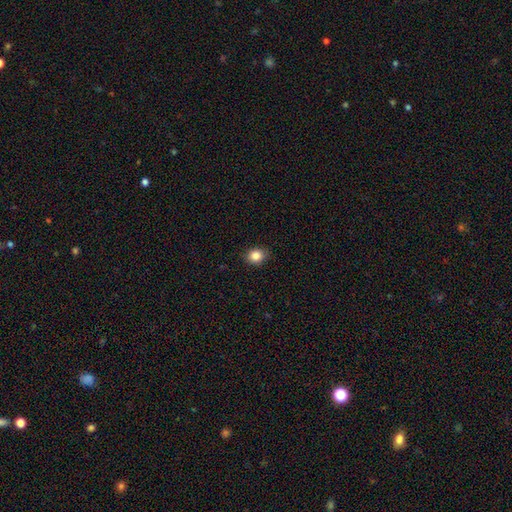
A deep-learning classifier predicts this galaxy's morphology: Overall: smooth (85%). How rounded: round (63%; in between 36%). Merging: none (88%).